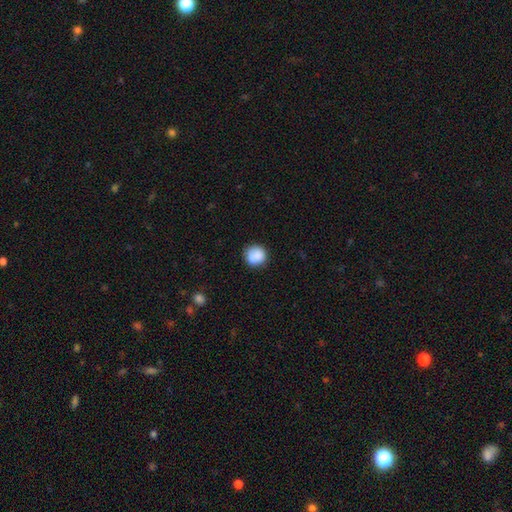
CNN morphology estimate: The model was most divided on "merging": none: 81%, minor disturbance: 12%, merger: 3%, major disturbance: 3%. More confident: how rounded — round (92%); smooth or featured — smooth (86%).